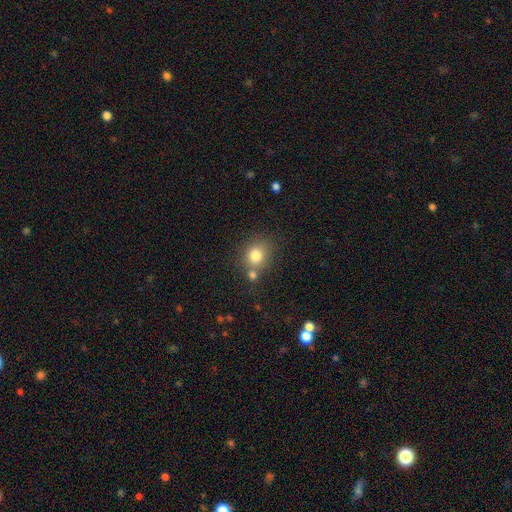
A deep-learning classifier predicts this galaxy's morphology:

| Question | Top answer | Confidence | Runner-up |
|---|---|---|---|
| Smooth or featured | smooth | 80% | star or artifact (12%) |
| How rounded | round | 76% | in between (23%) |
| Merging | none | 61% | merger (23%) |